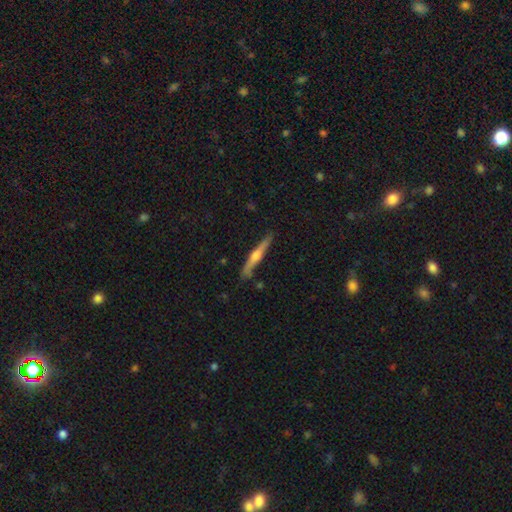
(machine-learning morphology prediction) A featured or disk galaxy (64%) viewed edge-on (97%) with a rounded central bulge (88%).

Vote fractions:
- Smooth or featured? featured or disk: 64% / smooth: 30% / star or artifact: 5%
- Edge-on disk? yes: 97% / no: 3%
- Edge-on bulge? rounded: 88% / none: 6% / boxy: 6%
- Merging? none: 82% / minor disturbance: 13% / merger: 3% / major disturbance: 2%